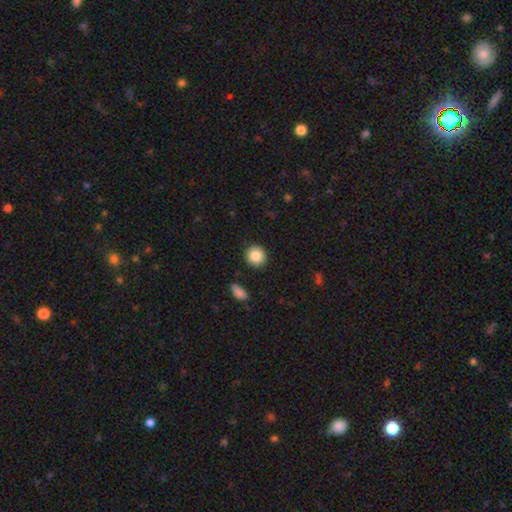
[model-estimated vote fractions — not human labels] Smooth or featured?
  - smooth: 86% *
  - star or artifact: 8%
  - featured or disk: 5%
How rounded?
  - round: 92% *
  - in between: 7%
  - cigar-shaped: 1%
Merging?
  - none: 90% *
  - minor disturbance: 6%
  - major disturbance: 2%
  - merger: 2%